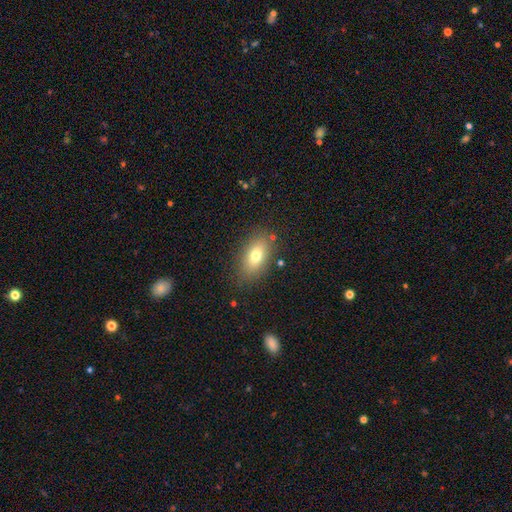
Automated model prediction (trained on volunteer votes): This appears to be a smooth galaxy with no disk features (73%) that is in between round and cigar-shaped (85%). Merging: none (83%).